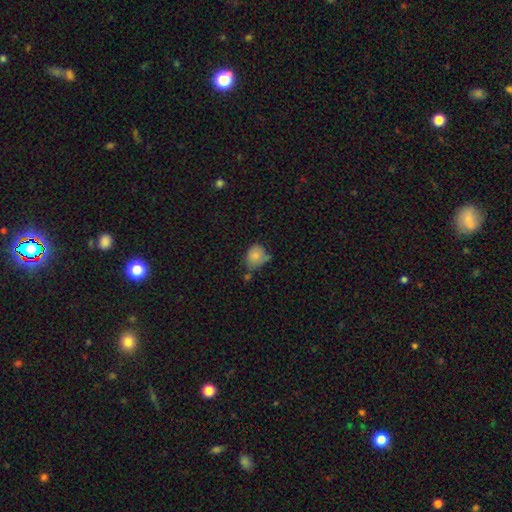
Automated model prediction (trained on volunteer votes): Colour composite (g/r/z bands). It shows a smooth galaxy with no disk features (80%) that is round (58%). Merging: none (44%).